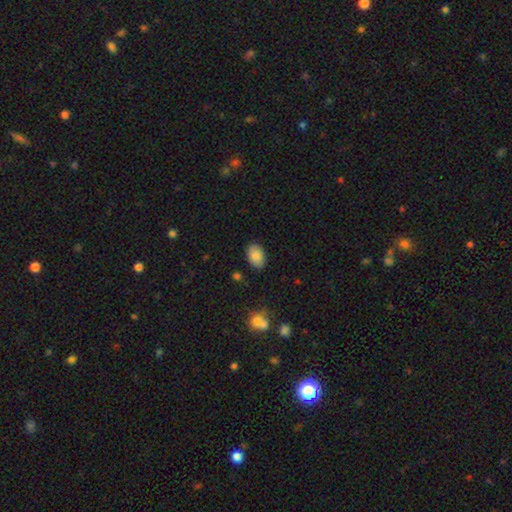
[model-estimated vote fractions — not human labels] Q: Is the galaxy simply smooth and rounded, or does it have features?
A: smooth — 86%.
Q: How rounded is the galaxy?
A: in between — 90%.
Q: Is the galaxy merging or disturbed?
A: none — 86%.